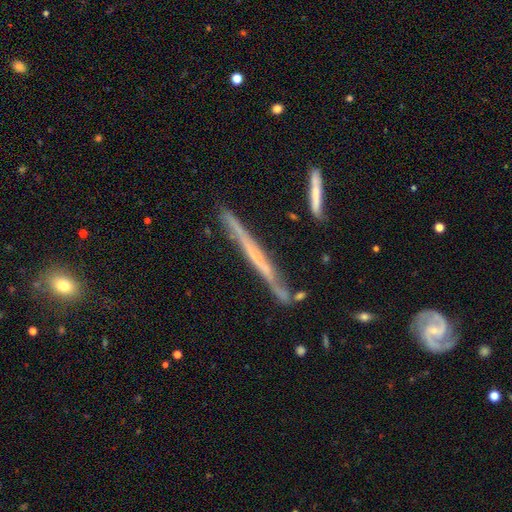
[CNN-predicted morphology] Overall: featured or disk (63%; smooth 29%). Edge-on disk: yes (95%). Edge-on bulge: none (86%). Merging: none (82%).